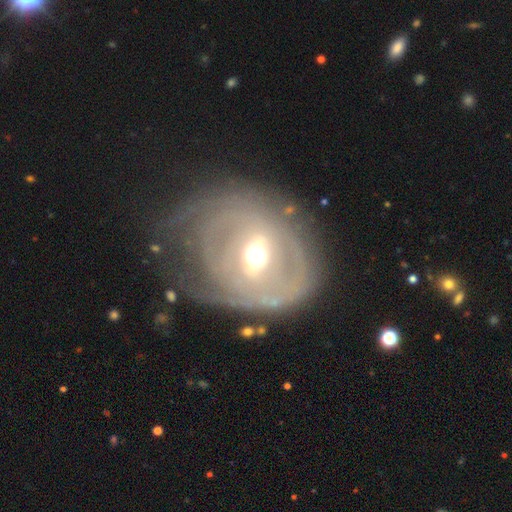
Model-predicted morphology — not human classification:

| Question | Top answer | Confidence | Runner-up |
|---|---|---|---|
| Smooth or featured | featured or disk | 79% | smooth (15%) |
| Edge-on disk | no | 95% | yes (5%) |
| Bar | weak | 45% | strong (34%) |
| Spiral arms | yes | 70% | no (30%) |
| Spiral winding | tight | 56% | medium (27%) |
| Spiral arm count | can't tell | 38% | 2 (36%) |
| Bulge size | moderate | 71% | small (14%) |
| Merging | none | 51% | major disturbance (23%) |